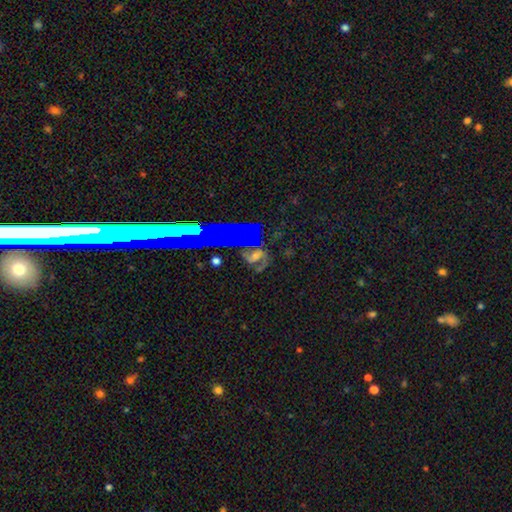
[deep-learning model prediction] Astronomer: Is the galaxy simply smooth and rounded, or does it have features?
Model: featured or disk — 59%.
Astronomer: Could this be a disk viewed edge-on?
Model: no — 94%.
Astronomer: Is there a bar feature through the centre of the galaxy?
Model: no — 50% (runner-up: weak, 32%).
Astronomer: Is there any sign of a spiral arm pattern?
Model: yes — 84%.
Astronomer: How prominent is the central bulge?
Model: moderate — 42% (runner-up: small, 39%).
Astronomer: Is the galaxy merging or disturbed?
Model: none — 55%.